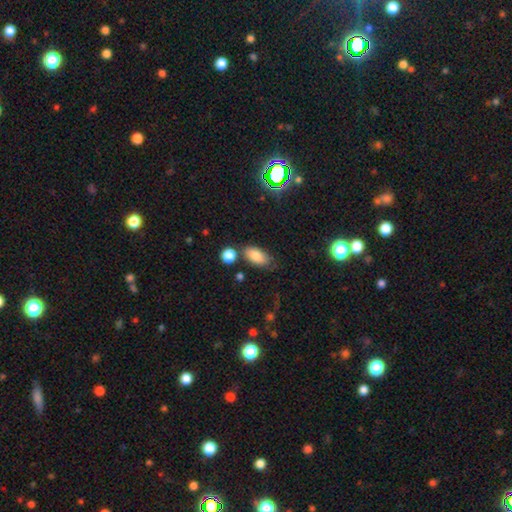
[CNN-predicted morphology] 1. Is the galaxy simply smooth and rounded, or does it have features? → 81% smooth, 10% featured or disk, 10% star or artifact.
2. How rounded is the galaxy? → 90% in between, 5% round, 5% cigar-shaped.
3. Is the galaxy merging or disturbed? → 68% none, 19% minor disturbance, 9% merger, 5% major disturbance.